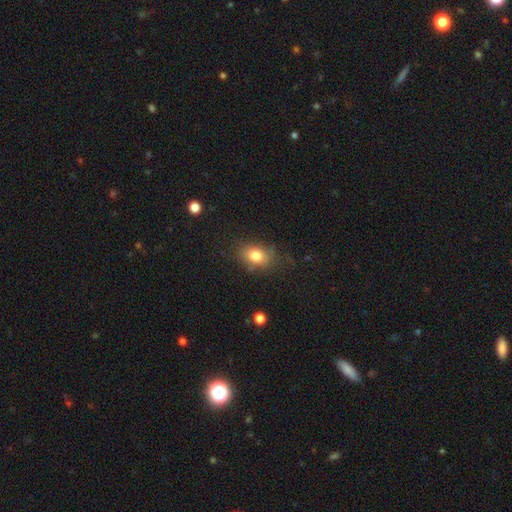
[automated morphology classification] smooth 81%, star or artifact 10%, featured or disk 10%. Down the decision tree: how rounded — in between (76%); merging — none (74%).